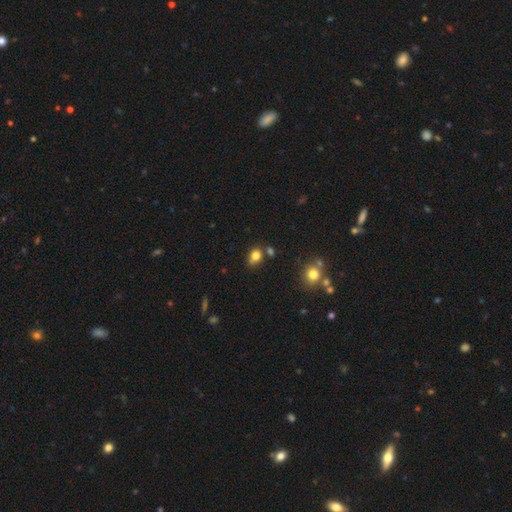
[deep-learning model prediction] Smooth or featured? smooth (80%)
How rounded? in between (51%)
Merging? none (62%)